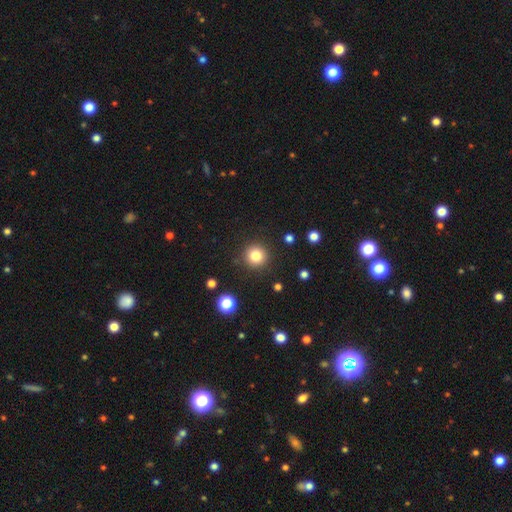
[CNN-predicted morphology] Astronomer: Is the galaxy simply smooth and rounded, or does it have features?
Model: smooth — 81%.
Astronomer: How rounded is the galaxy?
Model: round — 95%.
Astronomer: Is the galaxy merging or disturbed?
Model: none — 90%.